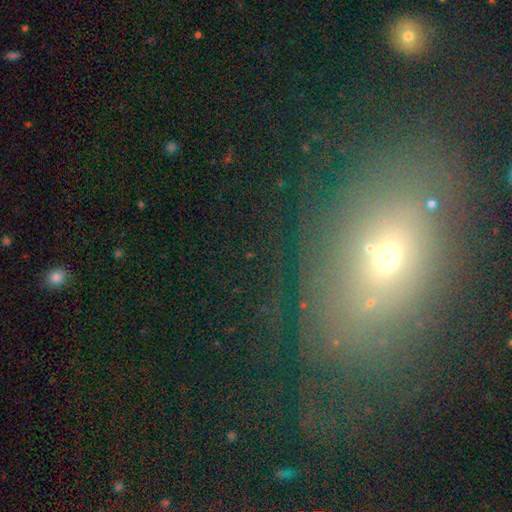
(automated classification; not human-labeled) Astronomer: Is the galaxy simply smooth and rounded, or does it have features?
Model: smooth — 42% (runner-up: star or artifact, 36%).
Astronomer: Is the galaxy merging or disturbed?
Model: none — 66%.